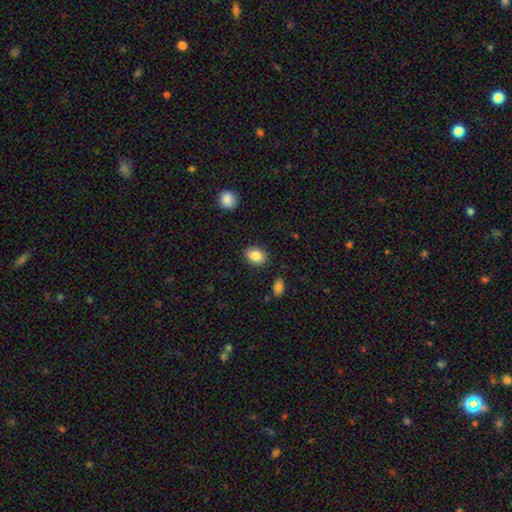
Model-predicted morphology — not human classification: This is clearly a smooth galaxy (85%). How rounded: likely in between (67%). Merging: clearly none (86%).